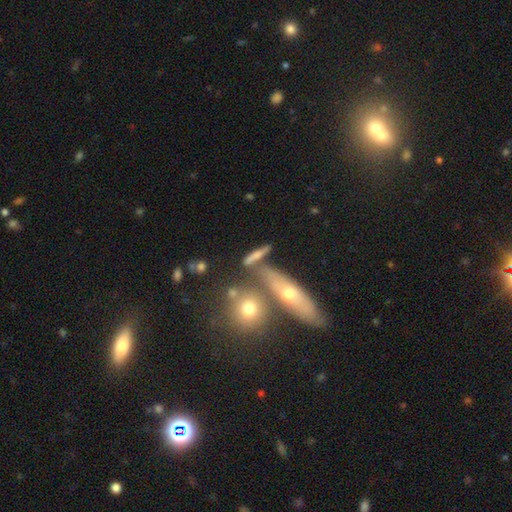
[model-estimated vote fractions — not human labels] This is possibly a smooth galaxy (60%). How rounded: likely cigar-shaped (64%). Merging: possibly none (60%).